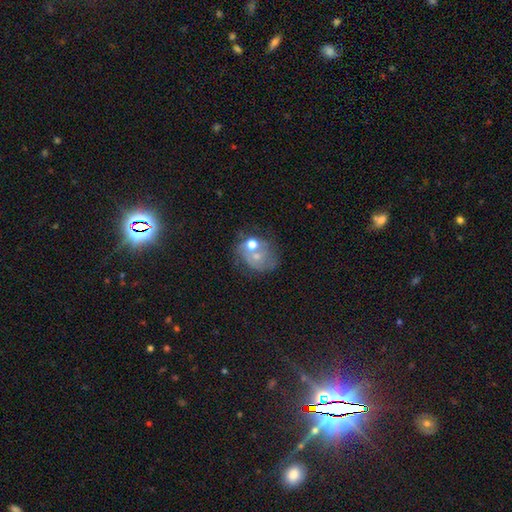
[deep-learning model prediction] smooth_or_featured: featured or disk (p=0.42) [alt: smooth p=0.39]
merging: none (p=0.40) [alt: merger p=0.27]